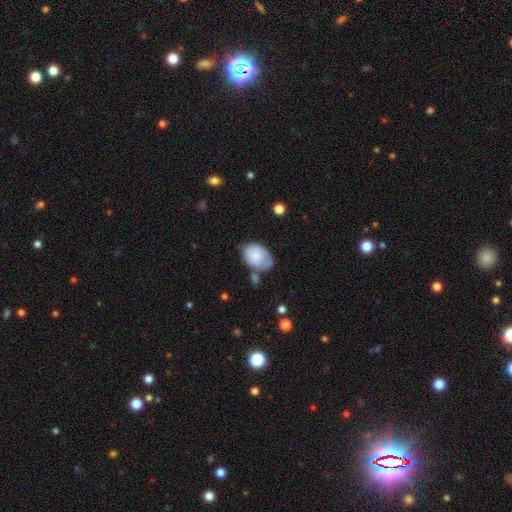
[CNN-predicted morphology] Smooth or featured? smooth (76%)
How rounded? in between (82%)
Merging? none (51%)